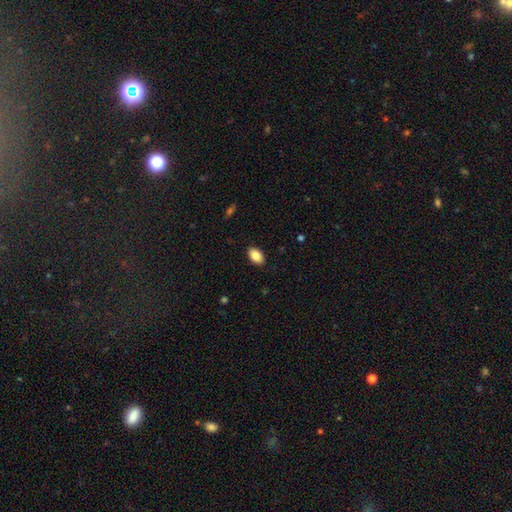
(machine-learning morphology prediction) Smooth or featured? smooth (85%)
How rounded? in between (90%)
Merging? none (89%)